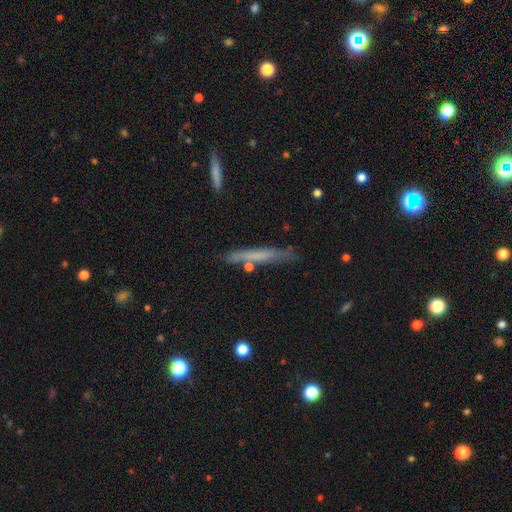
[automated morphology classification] Smooth or featured? smooth (56%)
How rounded? cigar-shaped (95%)
Merging? none (80%)